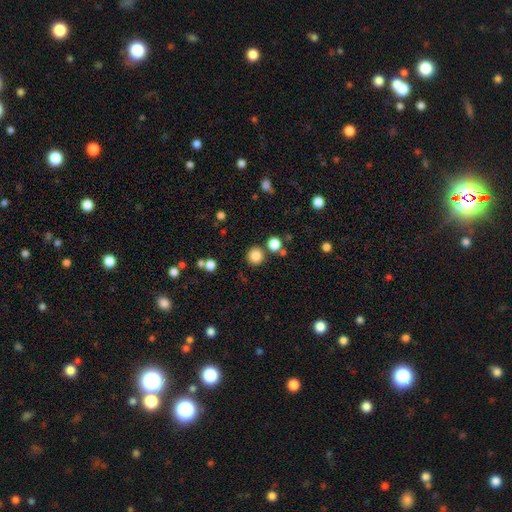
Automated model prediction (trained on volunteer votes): Smooth or featured?
  - smooth: 84% *
  - star or artifact: 11%
  - featured or disk: 5%
How rounded?
  - round: 93% *
  - in between: 6%
  - cigar-shaped: 1%
Merging?
  - none: 85% *
  - minor disturbance: 6%
  - merger: 6%
  - major disturbance: 3%